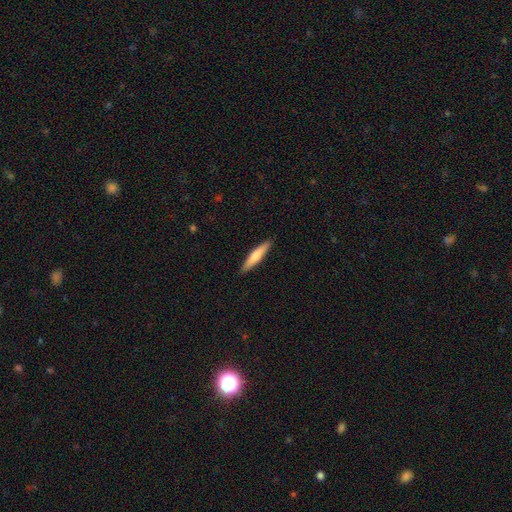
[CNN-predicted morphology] A smooth galaxy with no disk features (68%) that is cigar-shaped (88%). Merging: none (91%).